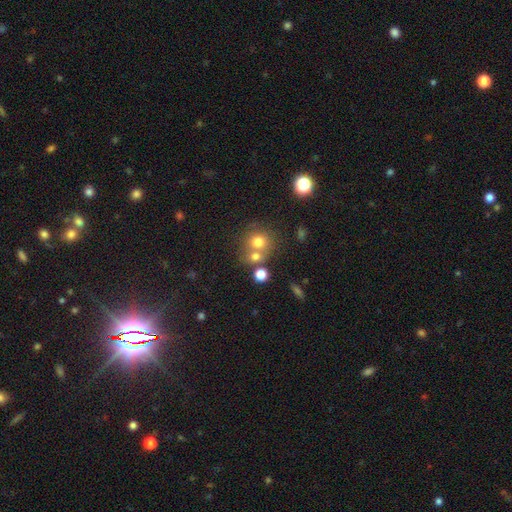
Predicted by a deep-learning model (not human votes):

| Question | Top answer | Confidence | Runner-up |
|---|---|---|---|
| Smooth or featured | smooth | 67% | star or artifact (18%) |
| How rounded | round | 82% | in between (17%) |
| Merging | none | 52% | merger (35%) |